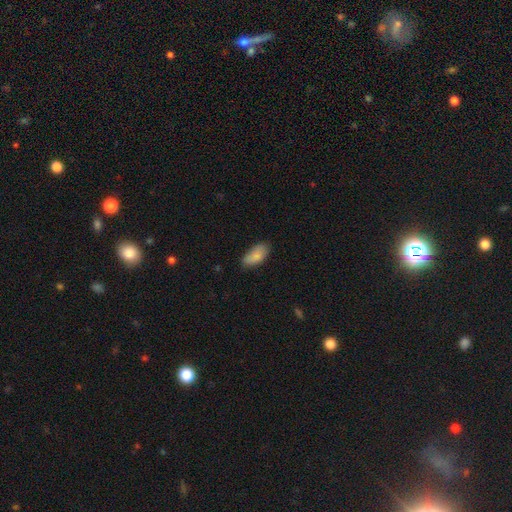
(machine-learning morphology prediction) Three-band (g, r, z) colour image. It shows a smooth galaxy with no disk features (86%) that is in between round and cigar-shaped (91%). Merging: none (68%).